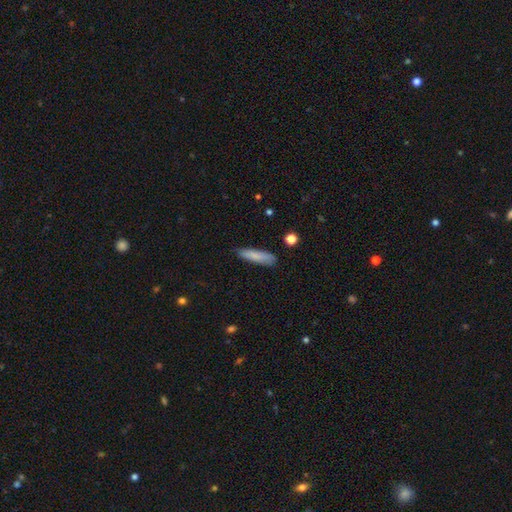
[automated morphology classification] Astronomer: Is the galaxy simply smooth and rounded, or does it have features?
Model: smooth — 82%.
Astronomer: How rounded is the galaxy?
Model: cigar-shaped — 76%.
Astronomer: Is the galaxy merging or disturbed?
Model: none — 81%.